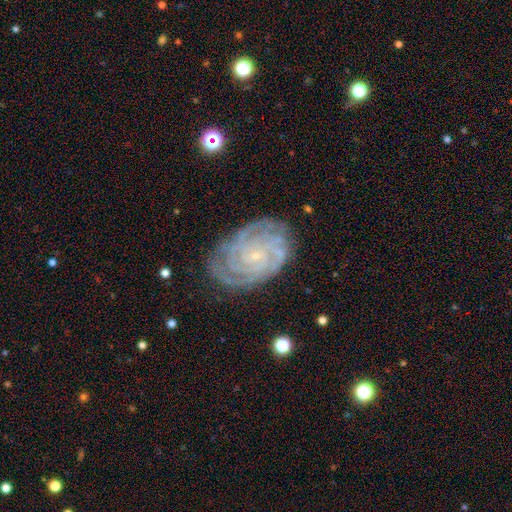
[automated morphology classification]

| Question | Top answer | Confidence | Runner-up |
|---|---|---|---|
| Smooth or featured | featured or disk | 87% | star or artifact (7%) |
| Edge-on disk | no | 97% | yes (3%) |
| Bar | no | 70% | weak (23%) |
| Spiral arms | yes | 98% | no (2%) |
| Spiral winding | tight | 80% | medium (17%) |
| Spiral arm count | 4 | 27% | can't tell (22%) |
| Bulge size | small | 86% | moderate (8%) |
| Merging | none | 78% | minor disturbance (16%) |